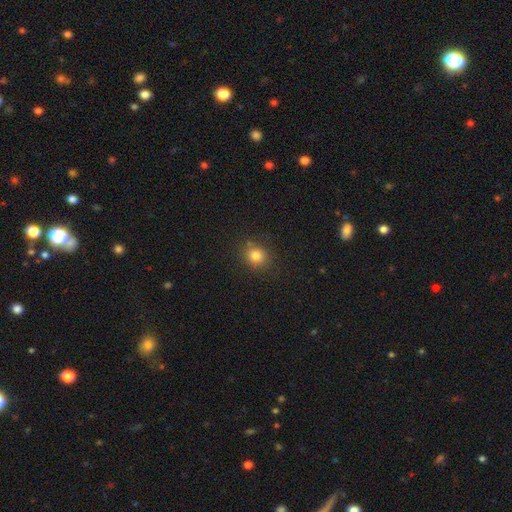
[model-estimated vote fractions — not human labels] Smooth or featured? smooth (80%)
How rounded? round (75%)
Merging? none (81%)